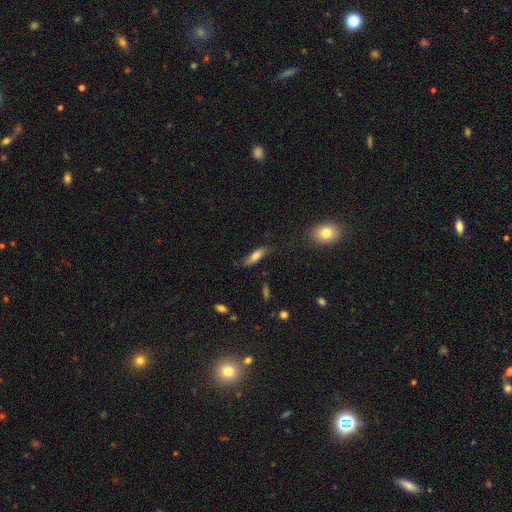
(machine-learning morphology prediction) Smooth or featured?
  - smooth: 68% *
  - featured or disk: 24%
  - star or artifact: 8%
How rounded?
  - cigar-shaped: 51% *
  - in between: 46%
  - round: 3%
Merging?
  - none: 67% *
  - minor disturbance: 24%
  - major disturbance: 7%
  - merger: 2%